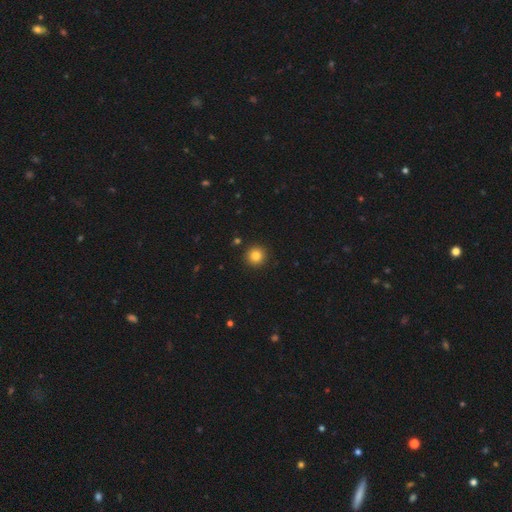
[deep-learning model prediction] This is clearly a smooth galaxy (82%). How rounded: clearly round (95%). Merging: clearly none (92%).